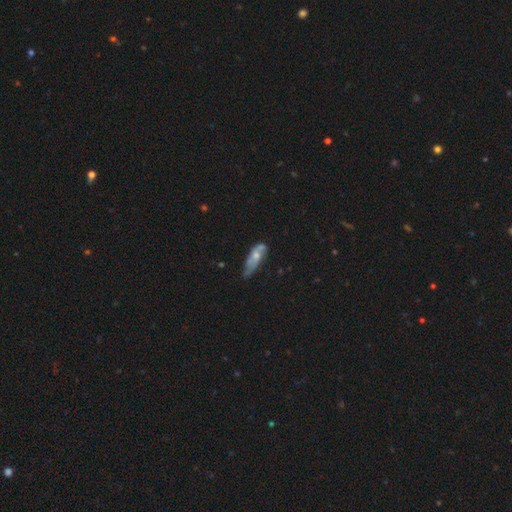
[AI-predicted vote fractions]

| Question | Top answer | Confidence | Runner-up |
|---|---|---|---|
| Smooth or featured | featured or disk | 51% | smooth (42%) |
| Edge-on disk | no | 80% | yes (20%) |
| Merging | none | 38% | minor disturbance (34%) |